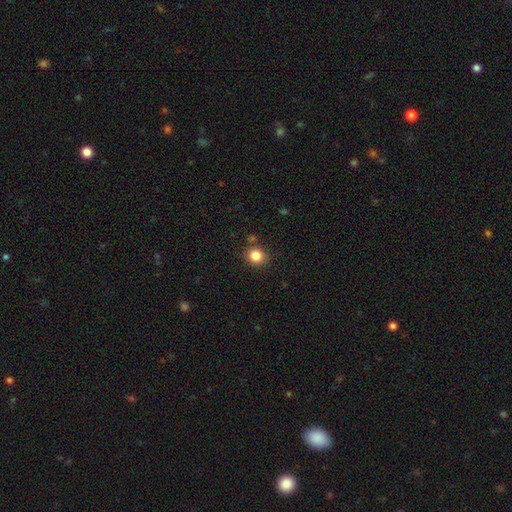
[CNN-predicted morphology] This is clearly a smooth galaxy (84%). How rounded: clearly round (85%). Merging: clearly none (85%).